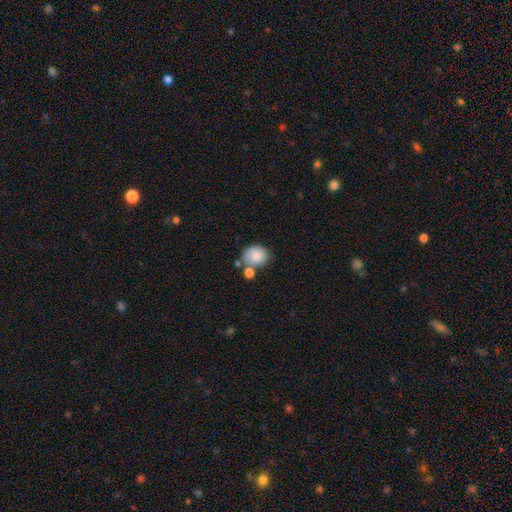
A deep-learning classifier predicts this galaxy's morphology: The model was most divided on "how rounded": round: 62%, in between: 37%, cigar-shaped: 1%. More confident: smooth or featured — smooth (83%); merging — none (58%).